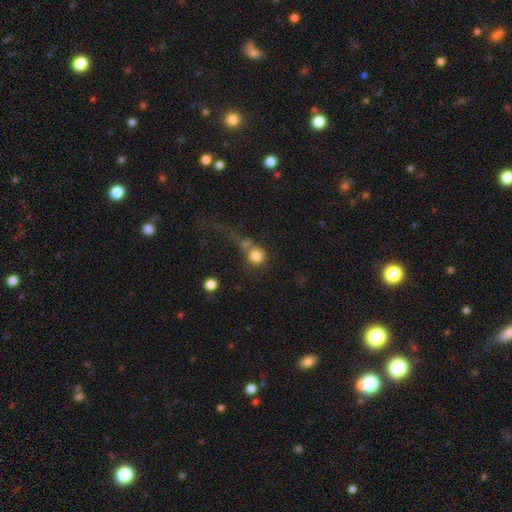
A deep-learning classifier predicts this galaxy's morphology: smooth-or-featured: smooth: 79% | featured or disk: 11% | star or artifact: 11%
  how-rounded: round: 85% | in between: 14% | cigar-shaped: 2%
  merging: merger: 37% | none: 34% | major disturbance: 18% | minor disturbance: 11%